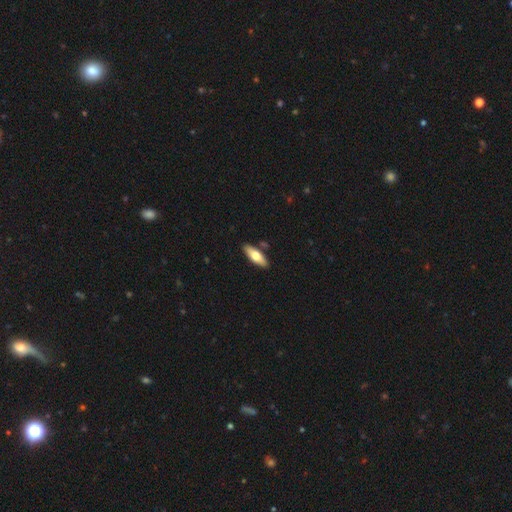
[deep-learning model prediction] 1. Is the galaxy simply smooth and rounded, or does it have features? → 64% smooth, 31% featured or disk, 5% star or artifact.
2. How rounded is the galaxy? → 60% in between, 38% cigar-shaped, 2% round.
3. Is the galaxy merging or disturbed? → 85% none, 9% minor disturbance, 4% merger, 2% major disturbance.